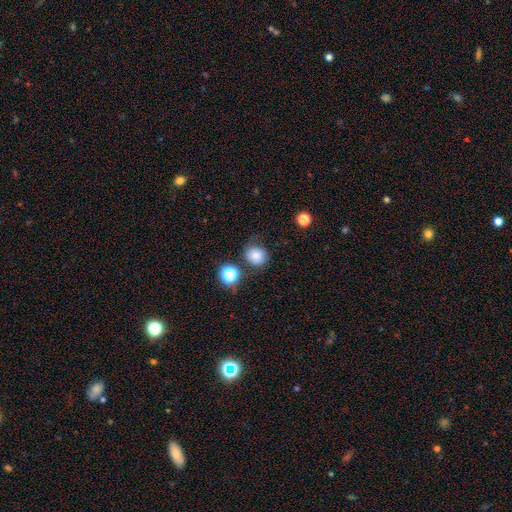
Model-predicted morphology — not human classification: smooth_or_featured: smooth (p=0.78) [alt: star or artifact p=0.14]
how_rounded: round (p=0.81) [alt: in between p=0.18]
merging: none (p=0.73) [alt: minor disturbance p=0.16]